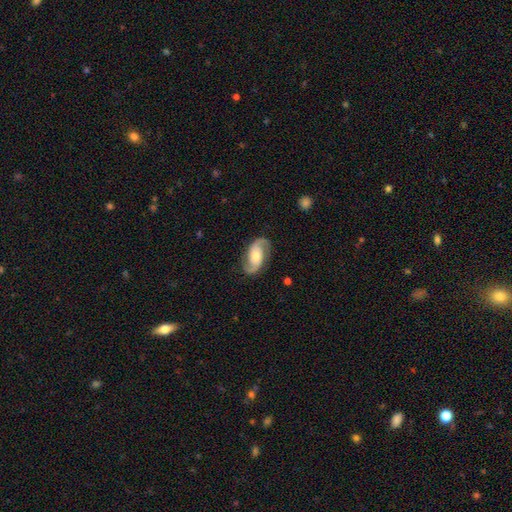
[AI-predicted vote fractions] The model was most divided on "spiral winding": medium: 48%, loose: 33%, tight: 19%. Remaining: edge-on disk — no (97%); spiral arms — yes (96%); spiral arm count — 2 (92%); smooth or featured — featured or disk (83%); merging — none (80%); bar — no (56%); bulge size — moderate (47%).